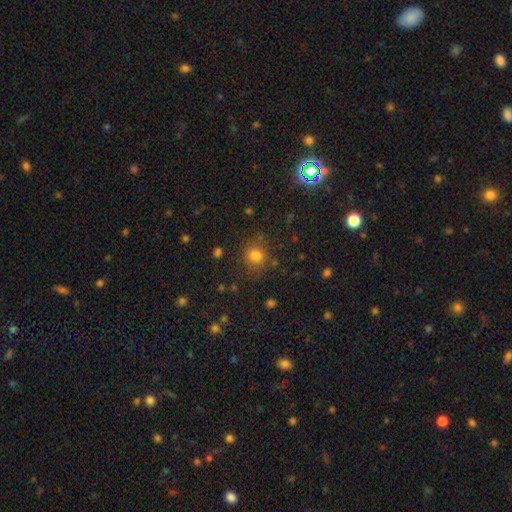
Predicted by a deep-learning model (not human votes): Q: Smooth or featured?
A: smooth (78%); runner-up: star or artifact (16%)
Q: How rounded?
A: round (83%); runner-up: in between (16%)
Q: Merging?
A: none (81%); runner-up: minor disturbance (12%)